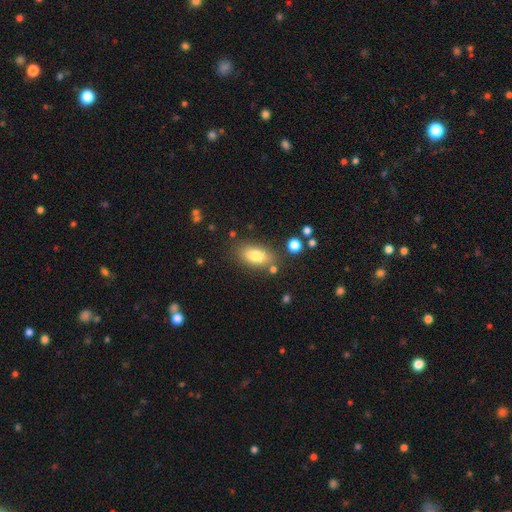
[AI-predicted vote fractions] Smooth or featured: smooth — 81% (featured or disk — 11%)
How rounded: in between — 88% (cigar-shaped — 7%)
Merging: none — 77% (minor disturbance — 13%)